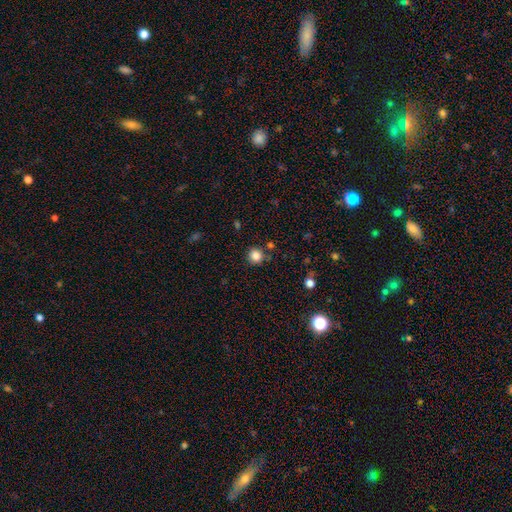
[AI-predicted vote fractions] smooth 84%, star or artifact 12%, featured or disk 4%. Down the decision tree: how rounded — round (90%); merging — none (82%).